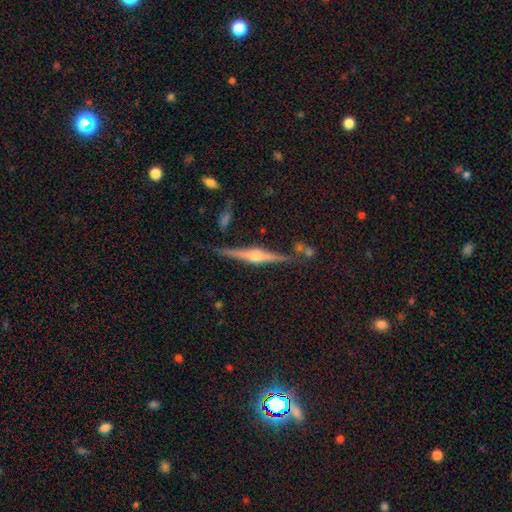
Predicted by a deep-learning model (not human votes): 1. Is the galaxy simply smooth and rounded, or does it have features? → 85% featured or disk, 8% smooth, 7% star or artifact.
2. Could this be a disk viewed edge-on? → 98% yes, 2% no.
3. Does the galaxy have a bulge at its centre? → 94% rounded, 4% boxy, 2% none.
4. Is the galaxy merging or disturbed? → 85% none, 9% minor disturbance, 4% merger, 2% major disturbance.